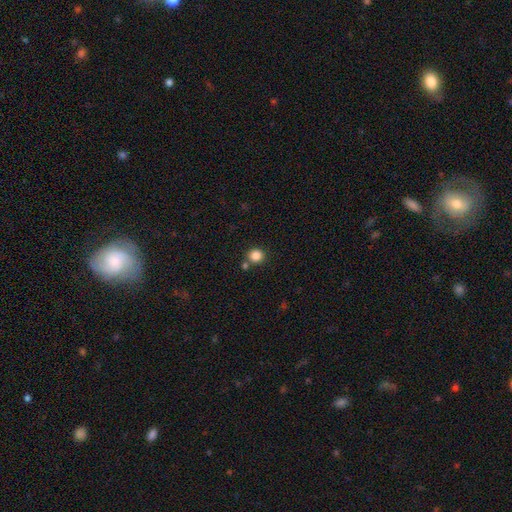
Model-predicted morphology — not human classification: A smooth galaxy with no disk features (85%) that is round (91%). Merging: none (75%).